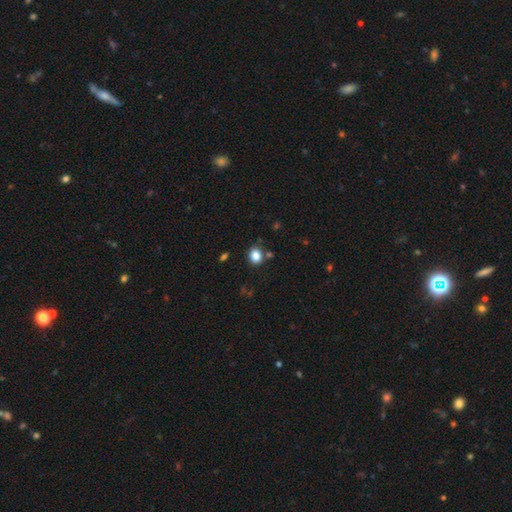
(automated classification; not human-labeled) Morphology: type=smooth (84%); roundness=round (62%); merging=none (81%).